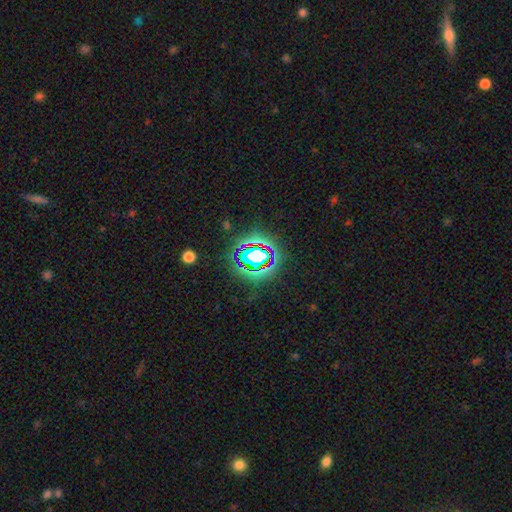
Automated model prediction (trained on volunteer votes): A star or artifact, not a galaxy (69%).

Vote fractions:
- Smooth or featured? star or artifact: 69% / smooth: 18% / featured or disk: 13%